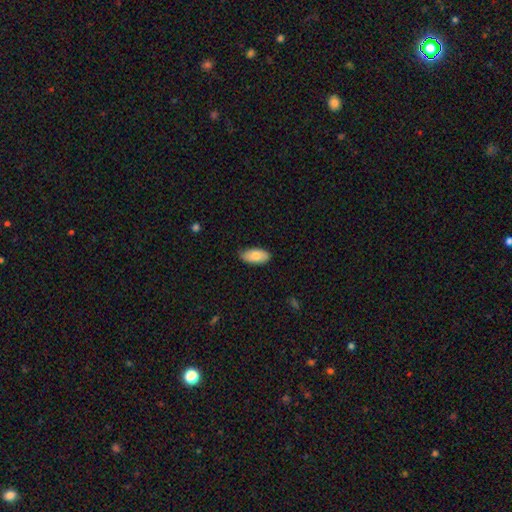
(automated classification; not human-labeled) smooth 81%, featured or disk 13%, star or artifact 6%. Down the decision tree: how rounded — in between (93%); merging — none (82%).